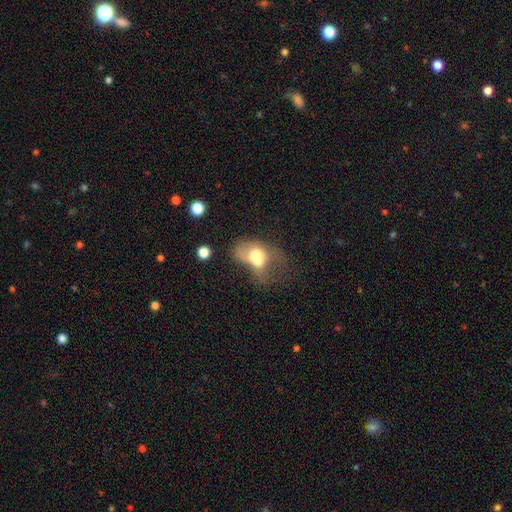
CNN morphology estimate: A smooth galaxy with no disk features (58%) that is in between round and cigar-shaped (68%).

Vote fractions:
- Smooth or featured? smooth: 58% / featured or disk: 32% / star or artifact: 9%
- How rounded? in between: 68% / round: 30% / cigar-shaped: 2%
- Merging? merger: 62% / major disturbance: 17% / none: 11% / minor disturbance: 9%